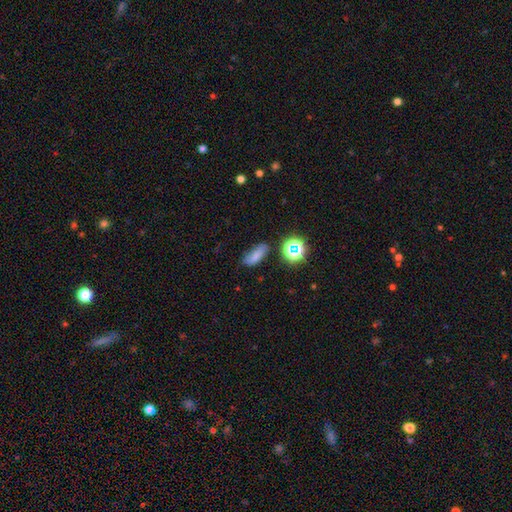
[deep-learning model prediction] The model was most divided on "merging": none: 68%, minor disturbance: 22%, major disturbance: 6%, merger: 4%. More confident: how rounded — in between (72%); smooth or featured — smooth (71%).